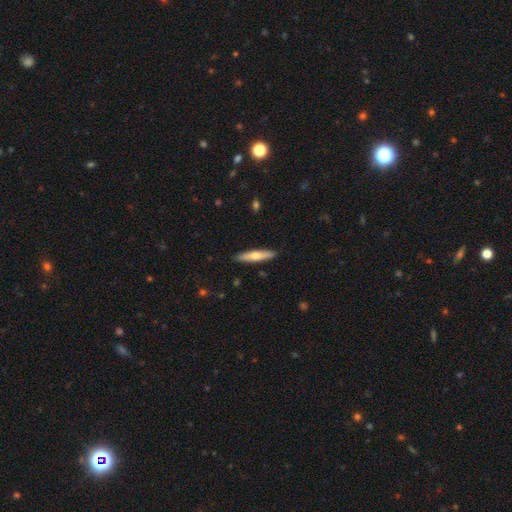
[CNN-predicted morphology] Smooth or featured: smooth — 61% (featured or disk — 33%)
How rounded: cigar-shaped — 84% (in between — 14%)
Merging: none — 90% (minor disturbance — 8%)